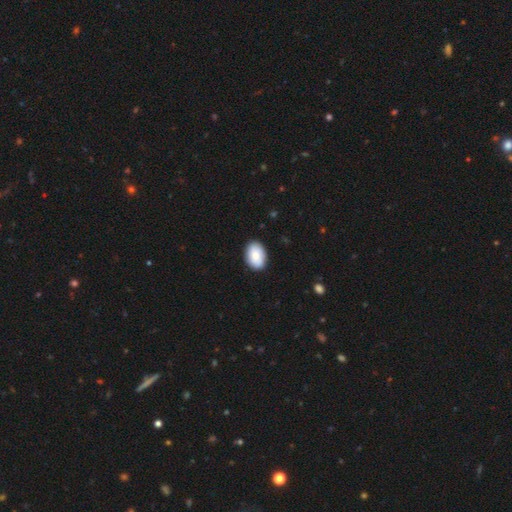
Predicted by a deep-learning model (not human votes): This is clearly a smooth galaxy (84%). How rounded: clearly in between (87%). Merging: clearly none (86%).